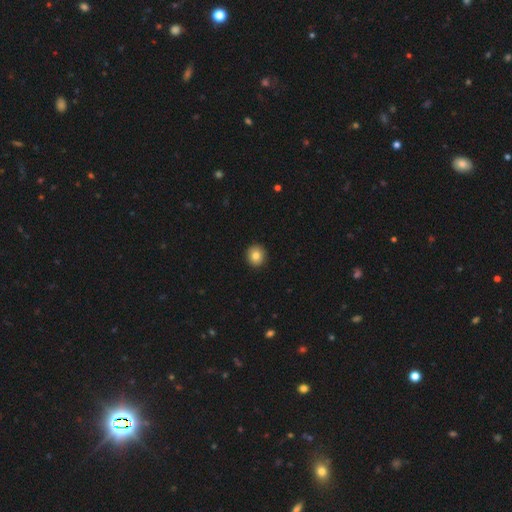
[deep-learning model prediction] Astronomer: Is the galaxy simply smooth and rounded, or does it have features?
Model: smooth — 83%.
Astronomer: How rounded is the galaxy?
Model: round — 90%.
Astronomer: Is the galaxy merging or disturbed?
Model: none — 93%.